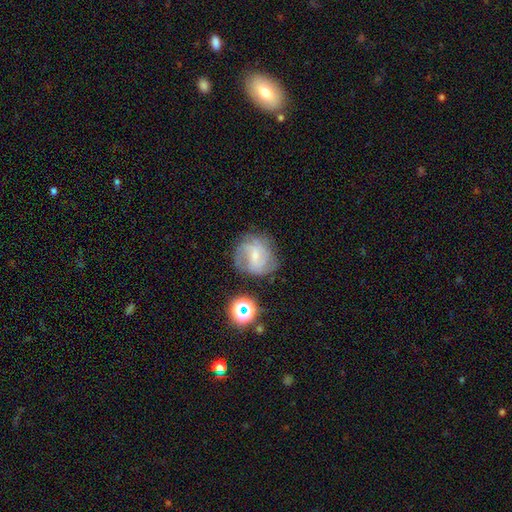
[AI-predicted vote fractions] A featured or disk galaxy (69%) with a weak bar (55%), medium (43%) spiral arms (91%) and a small central bulge (56%). Merging: none (68%).